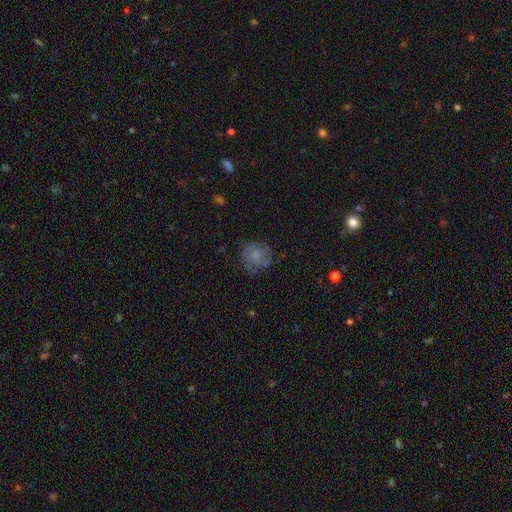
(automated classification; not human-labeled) The model was most divided on "smooth or featured": smooth: 52%, featured or disk: 39%, star or artifact: 9%. More confident: how rounded — round (85%); merging — none (71%).